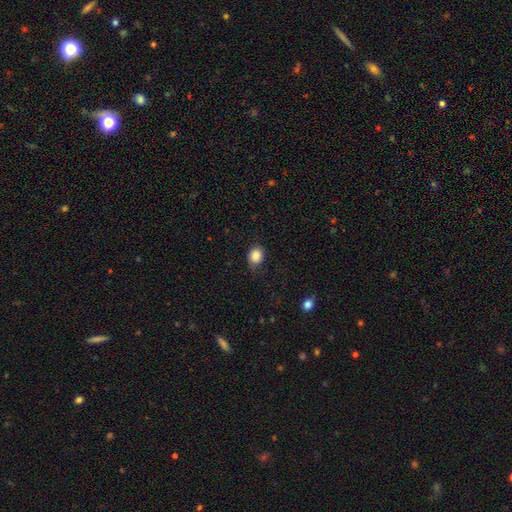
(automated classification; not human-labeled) The model was most divided on "how rounded": round: 54%, in between: 45%, cigar-shaped: 1%. More confident: smooth or featured — smooth (85%); merging — none (73%).